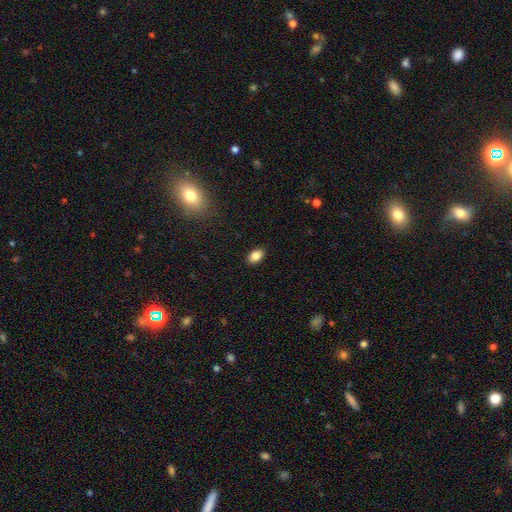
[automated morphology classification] This appears to be a smooth galaxy with no disk features (85%) that is in between round and cigar-shaped (87%). Merging: none (89%).